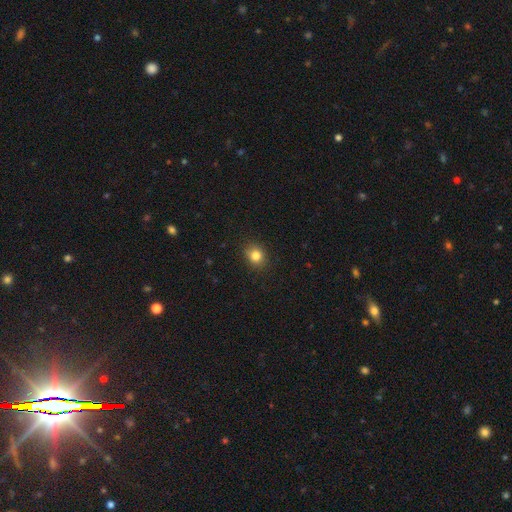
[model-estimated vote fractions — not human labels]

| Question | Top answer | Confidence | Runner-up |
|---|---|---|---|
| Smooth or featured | smooth | 83% | star or artifact (12%) |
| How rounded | round | 68% | in between (31%) |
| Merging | none | 85% | minor disturbance (11%) |